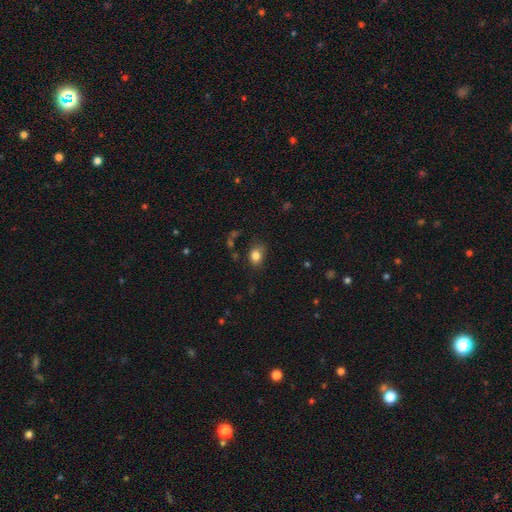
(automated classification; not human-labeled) A smooth galaxy with no disk features (83%) that is in between round and cigar-shaped (58%).

Vote fractions:
- Smooth or featured? smooth: 83% / star or artifact: 11% / featured or disk: 6%
- How rounded? in between: 58% / round: 41% / cigar-shaped: 1%
- Merging? none: 74% / minor disturbance: 18% / major disturbance: 5% / merger: 3%